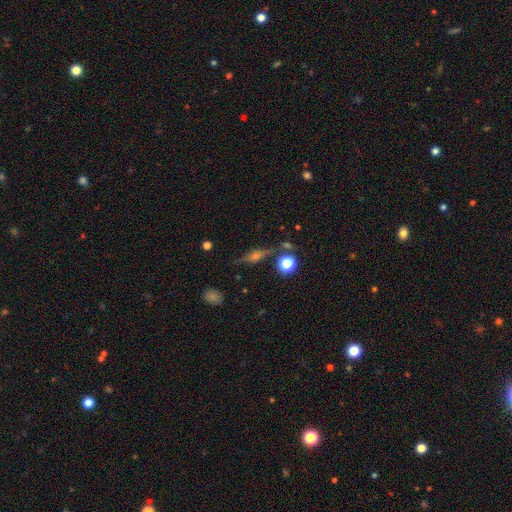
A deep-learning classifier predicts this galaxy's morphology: A featured or disk galaxy (66%) viewed edge-on (91%) with a rounded central bulge (87%).

Vote fractions:
- Smooth or featured? featured or disk: 66% / smooth: 20% / star or artifact: 14%
- Edge-on disk? yes: 91% / no: 9%
- Edge-on bulge? rounded: 87% / boxy: 9% / none: 4%
- Merging? none: 77% / minor disturbance: 13% / major disturbance: 5% / merger: 5%